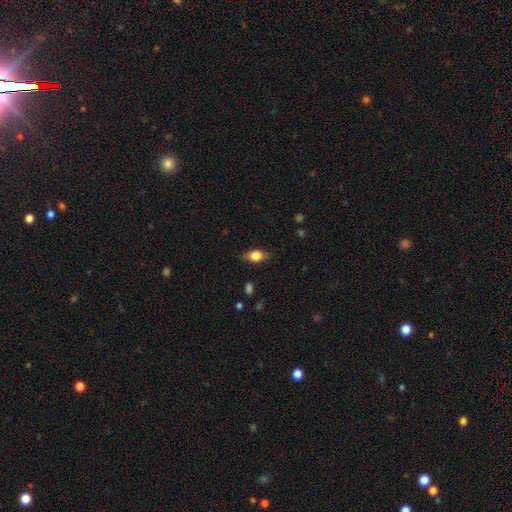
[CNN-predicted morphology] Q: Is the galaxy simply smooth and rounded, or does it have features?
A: smooth — 74%.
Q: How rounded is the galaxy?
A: in between — 74%.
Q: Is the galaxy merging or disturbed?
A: none — 77%.